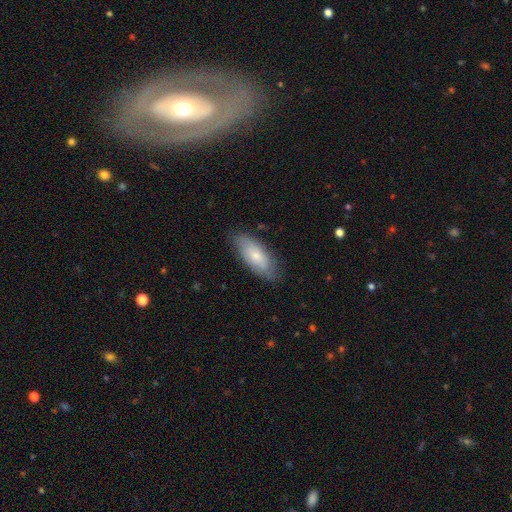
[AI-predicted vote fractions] smooth_or_featured: smooth (p=0.66) [alt: featured or disk p=0.28]
how_rounded: in between (p=0.82) [alt: cigar-shaped p=0.16]
merging: none (p=0.79) [alt: minor disturbance p=0.17]